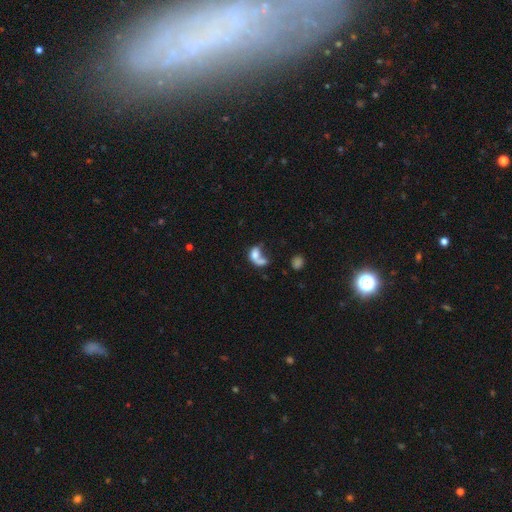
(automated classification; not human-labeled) A smooth galaxy with no disk features (60%) that is in between round and cigar-shaped (72%).

Vote fractions:
- Smooth or featured? smooth: 60% / featured or disk: 29% / star or artifact: 11%
- How rounded? in between: 72% / round: 25% / cigar-shaped: 4%
- Merging? merger: 54% / major disturbance: 20% / none: 17% / minor disturbance: 9%